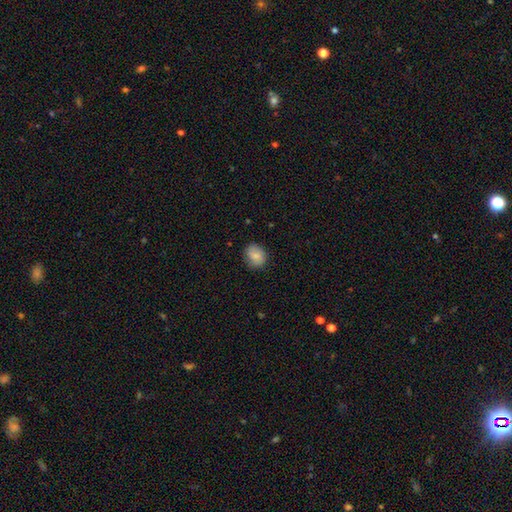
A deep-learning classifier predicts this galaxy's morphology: smooth 82%, featured or disk 11%, star or artifact 8%. Down the decision tree: how rounded — round (57%); merging — none (81%).